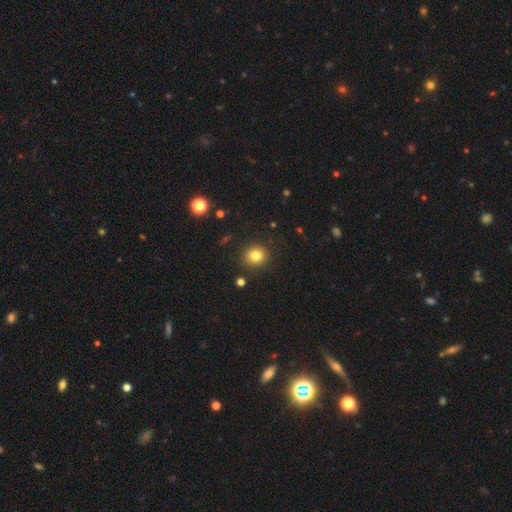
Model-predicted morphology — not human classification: A smooth galaxy with no disk features (81%) that is round (87%). Merging: none (89%).